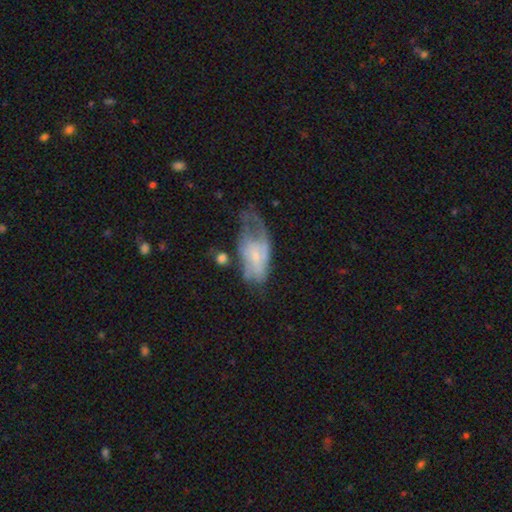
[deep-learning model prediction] A featured or disk galaxy (59%) with no bar (65%), spiral arms (63%) and a small central bulge (60%). Merging: major disturbance (41%).